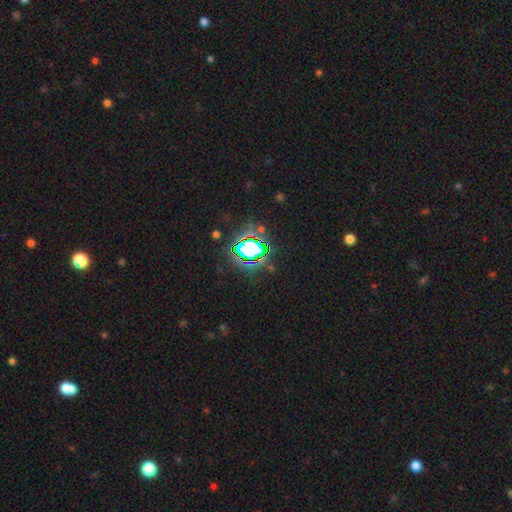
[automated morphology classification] Smooth or featured? Predicted: star or artifact (p=0.79).